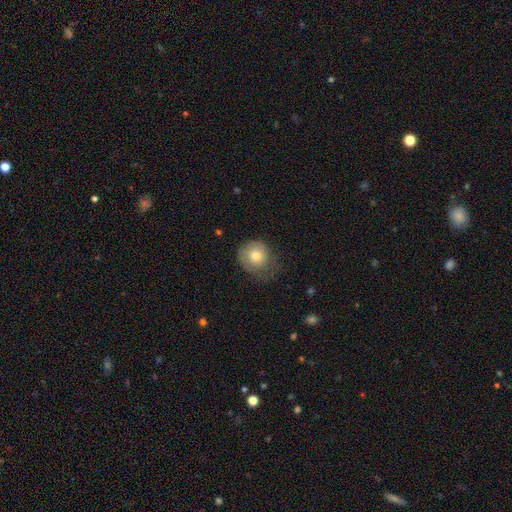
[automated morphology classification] This is likely a smooth galaxy (74%). How rounded: likely round (78%). Merging: possibly none (46%).